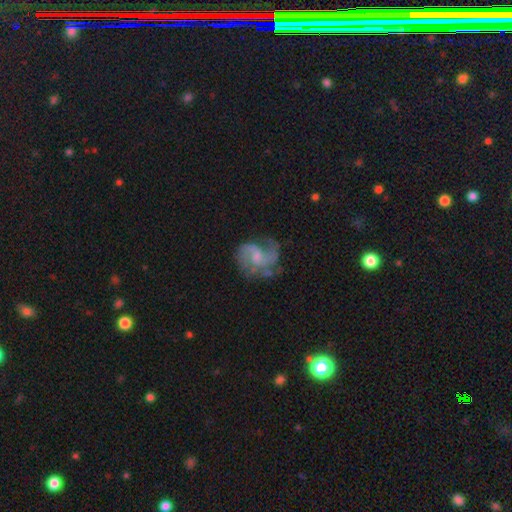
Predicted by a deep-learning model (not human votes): A featured or disk galaxy (78%) with no bar (49%), 2 (51%) medium (48%) spiral arms (91%) and a small central bulge (44%). Merging: none (54%).